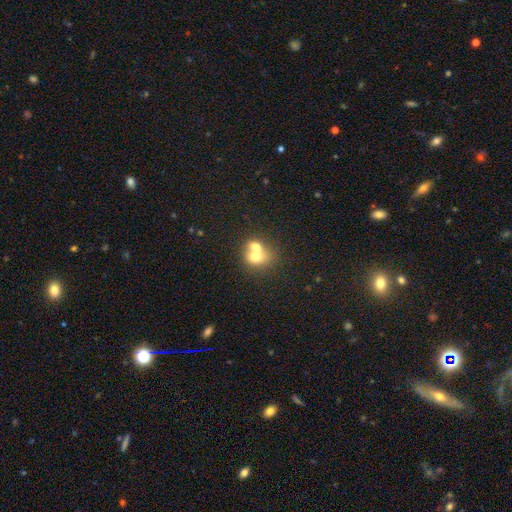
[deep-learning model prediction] Overall: smooth (67%). How rounded: round (55%; in between 44%). Merging: merger (70%).